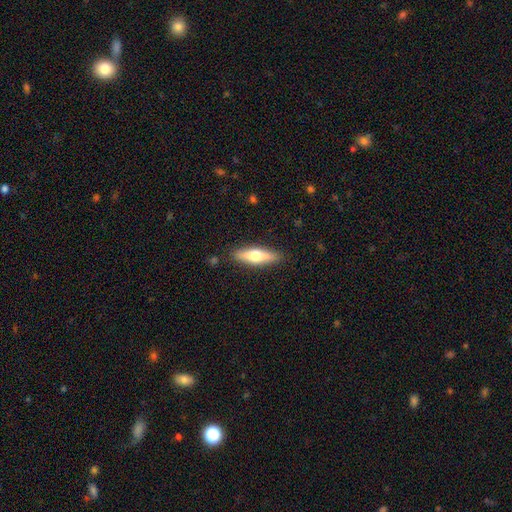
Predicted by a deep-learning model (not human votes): Smooth or featured? smooth (55%)
How rounded? cigar-shaped (62%)
Merging? none (88%)